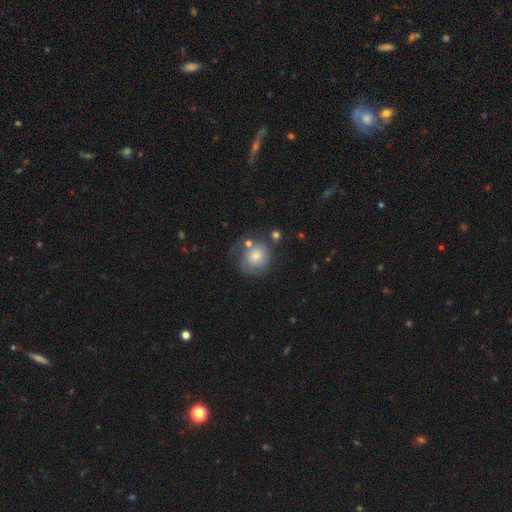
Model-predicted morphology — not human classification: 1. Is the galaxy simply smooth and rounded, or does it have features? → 51% smooth, 39% featured or disk, 10% star or artifact.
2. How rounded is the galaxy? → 82% round, 17% in between, 1% cigar-shaped.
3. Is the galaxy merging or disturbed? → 53% none, 22% minor disturbance, 16% major disturbance, 9% merger.